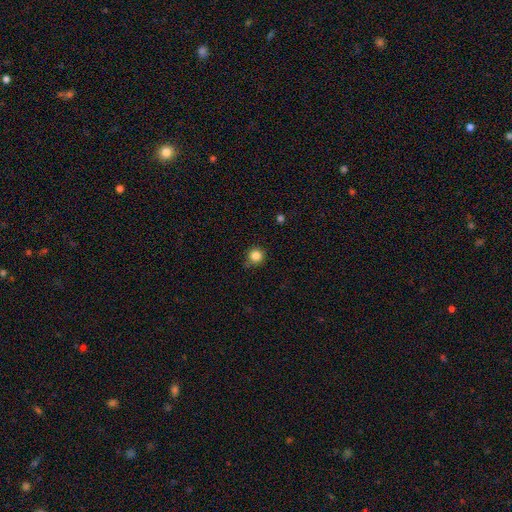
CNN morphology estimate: This is clearly a smooth galaxy (84%). How rounded: clearly round (93%). Merging: clearly none (82%).